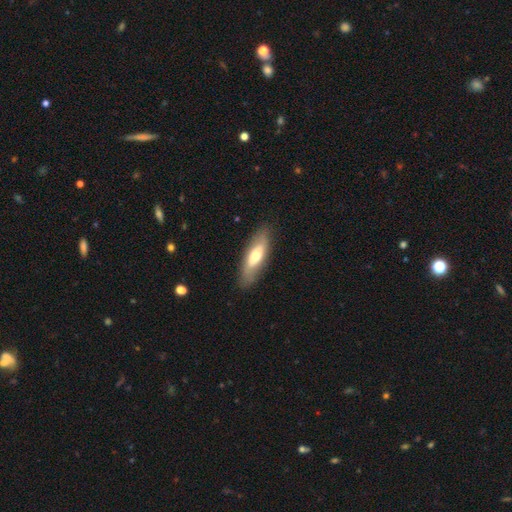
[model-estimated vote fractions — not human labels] A smooth galaxy with no disk features (59%) that is in between round and cigar-shaped (57%). Merging: none (83%).